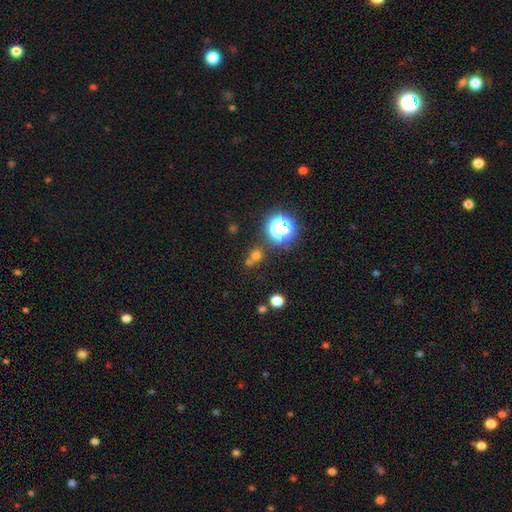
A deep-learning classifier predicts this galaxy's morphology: This appears to be a smooth galaxy with no disk features (59%) that is round (80%). Merging: none (61%).